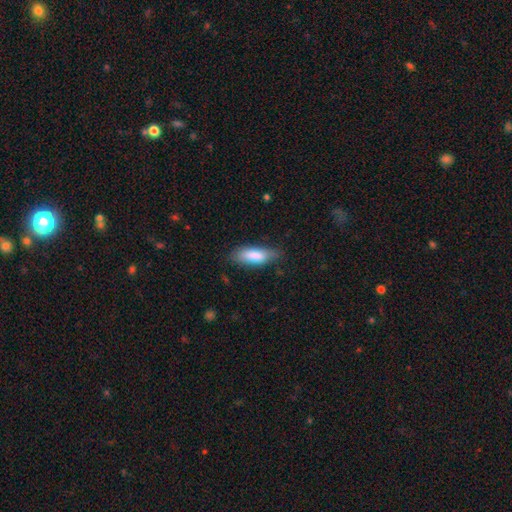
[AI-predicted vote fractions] Smooth or featured: smooth — 83% (featured or disk — 11%)
How rounded: in between — 65% (cigar-shaped — 34%)
Merging: none — 71% (minor disturbance — 22%)